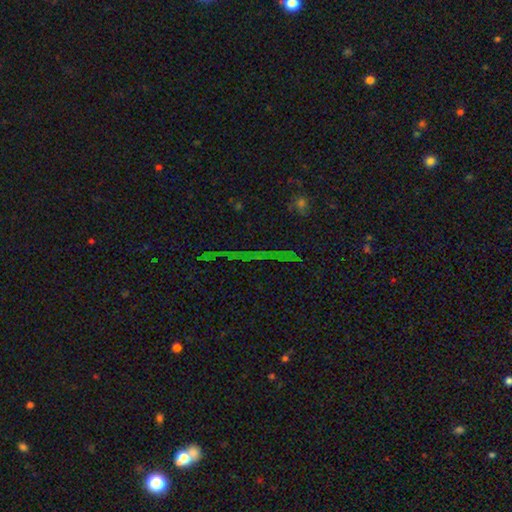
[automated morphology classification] Smooth or featured? Predicted: star or artifact (p=0.71).